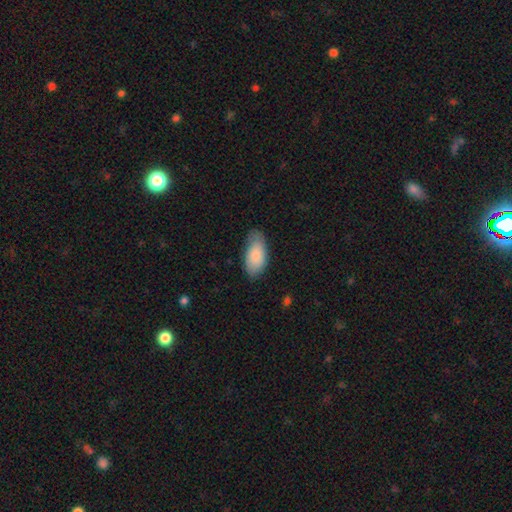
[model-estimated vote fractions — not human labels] smooth 83%, featured or disk 11%, star or artifact 6%. Down the decision tree: how rounded — in between (93%); merging — none (69%).